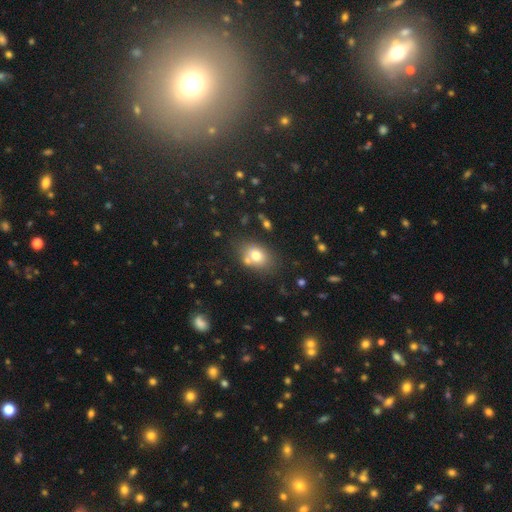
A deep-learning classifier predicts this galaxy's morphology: Overall: smooth (74%). How rounded: in between (66%; round 33%). Merging: none (65%).